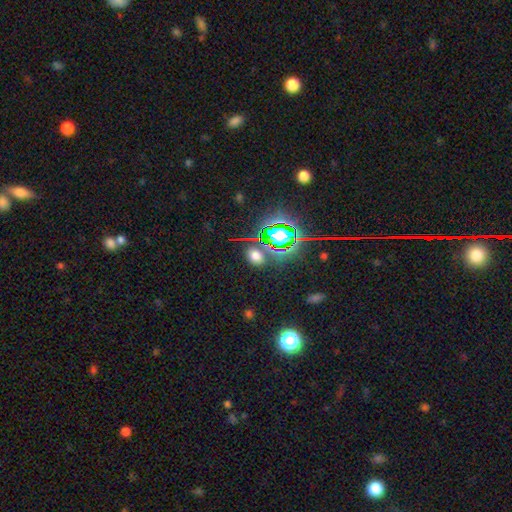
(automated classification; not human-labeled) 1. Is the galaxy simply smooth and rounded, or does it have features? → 56% smooth, 36% star or artifact, 8% featured or disk.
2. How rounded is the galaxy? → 71% in between, 27% round, 2% cigar-shaped.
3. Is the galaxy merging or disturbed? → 80% none, 10% minor disturbance, 6% merger, 4% major disturbance.